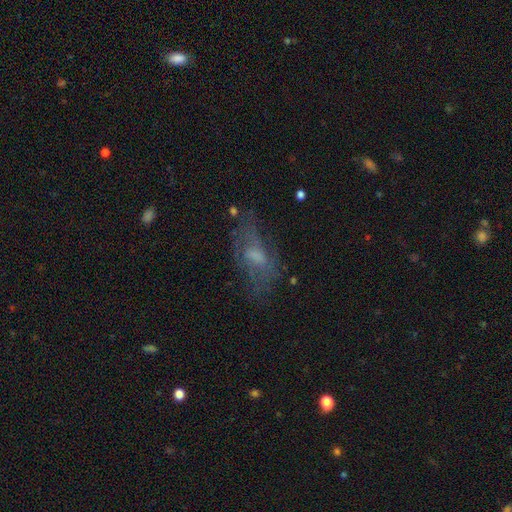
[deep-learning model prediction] The model was most divided on "smooth or featured": featured or disk: 48%, smooth: 36%, star or artifact: 16%. More confident: merging — none (56%).